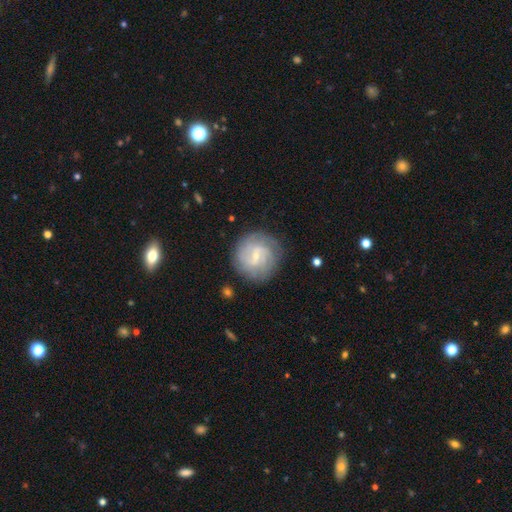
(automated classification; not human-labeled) Overall: featured or disk (75%). Edge-on disk: no (98%). Bar: weak (58%; no 29%). Spiral arms: yes (92%). Spiral arm count: 2 (44%; can't tell 27%). Spiral winding: tight (48%; medium 38%). Bulge size: small (77%). Merging: none (81%).